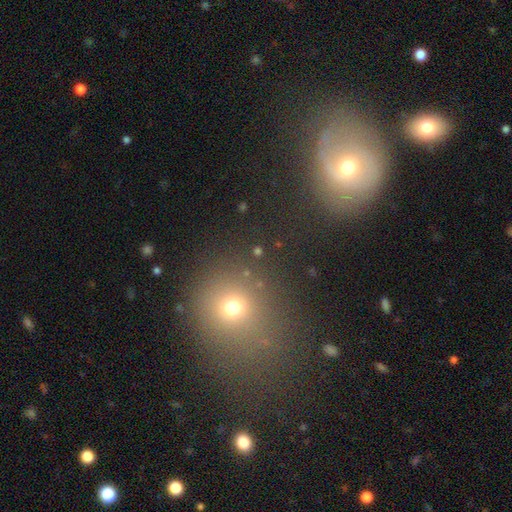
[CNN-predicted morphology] Smooth or featured?
  - smooth: 61% *
  - star or artifact: 23%
  - featured or disk: 15%
How rounded?
  - round: 76% *
  - in between: 23%
  - cigar-shaped: 1%
Merging?
  - none: 63% *
  - merger: 17%
  - minor disturbance: 12%
  - major disturbance: 7%